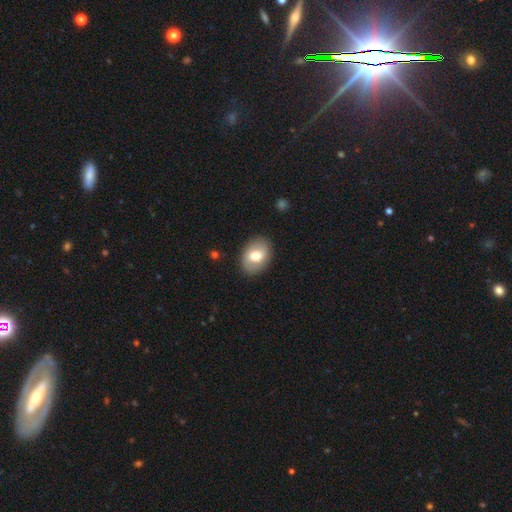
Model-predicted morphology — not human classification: Smooth or featured?
  - smooth: 64% *
  - featured or disk: 29%
  - star or artifact: 7%
How rounded?
  - in between: 74% *
  - round: 25%
  - cigar-shaped: 1%
Merging?
  - none: 86% *
  - minor disturbance: 10%
  - major disturbance: 3%
  - merger: 1%